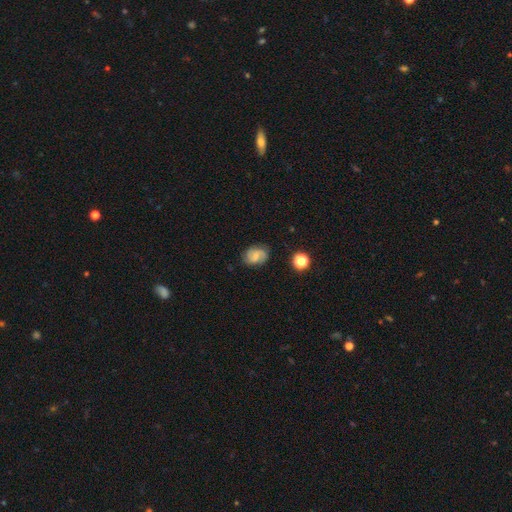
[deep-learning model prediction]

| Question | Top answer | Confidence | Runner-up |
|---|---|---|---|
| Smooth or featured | featured or disk | 60% | smooth (30%) |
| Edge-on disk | no | 97% | yes (3%) |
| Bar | weak | 47% | no (43%) |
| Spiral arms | yes | 92% | no (8%) |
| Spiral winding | medium | 47% | tight (29%) |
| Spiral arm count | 2 | 79% | can't tell (10%) |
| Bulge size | small | 51% | moderate (28%) |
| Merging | none | 79% | minor disturbance (15%) |